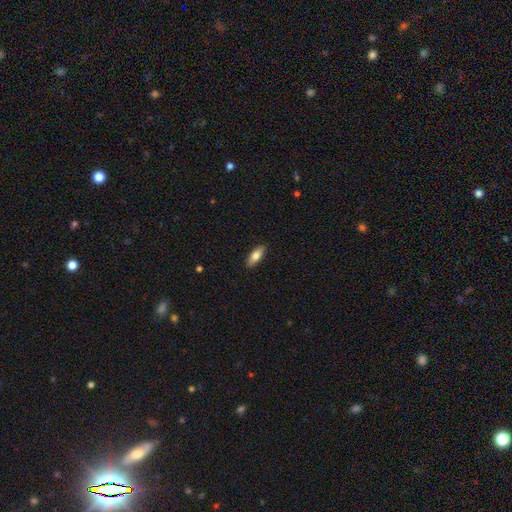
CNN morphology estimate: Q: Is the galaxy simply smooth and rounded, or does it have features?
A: smooth — 75%.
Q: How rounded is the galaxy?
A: in between — 73%.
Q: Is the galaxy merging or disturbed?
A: none — 89%.